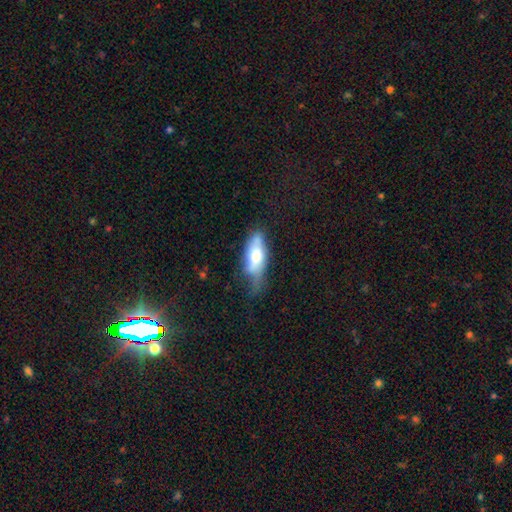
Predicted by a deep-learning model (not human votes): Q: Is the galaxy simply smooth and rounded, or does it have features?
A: smooth — 57%.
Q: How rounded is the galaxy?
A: in between — 68%.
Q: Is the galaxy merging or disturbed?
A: minor disturbance — 39%, tied with none.